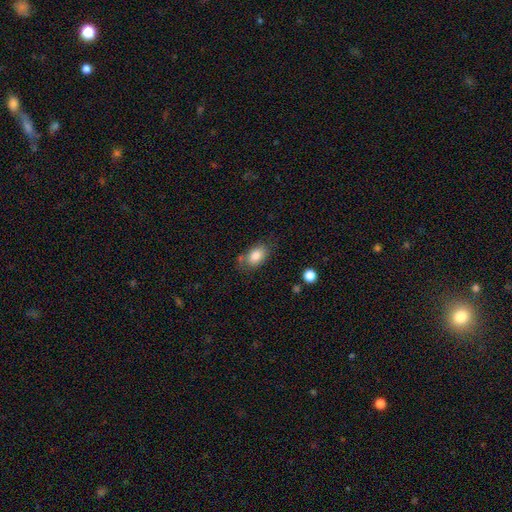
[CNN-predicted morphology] A smooth galaxy with no disk features (83%) that is in between round and cigar-shaped (87%). Merging: none (66%).